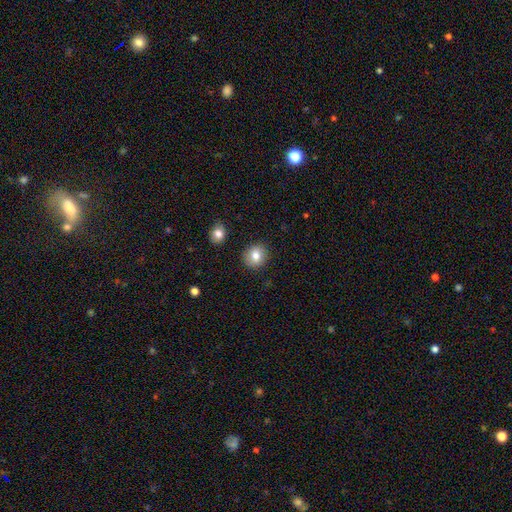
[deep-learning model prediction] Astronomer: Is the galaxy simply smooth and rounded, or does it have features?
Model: smooth — 81%.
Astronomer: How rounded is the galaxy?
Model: round — 80%.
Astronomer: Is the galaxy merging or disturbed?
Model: none — 89%.